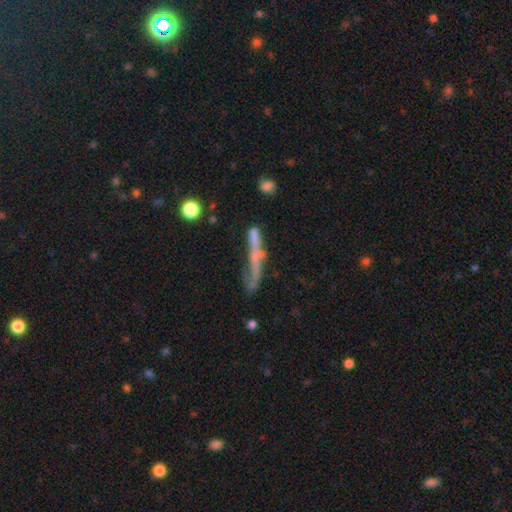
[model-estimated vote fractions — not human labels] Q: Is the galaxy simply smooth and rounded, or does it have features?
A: featured or disk — 50%.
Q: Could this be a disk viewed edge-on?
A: yes — 66%.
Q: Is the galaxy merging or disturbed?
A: none — 44%.